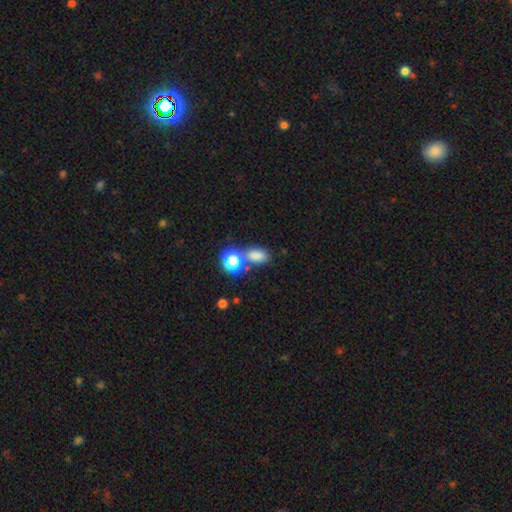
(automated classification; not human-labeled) Overall: smooth (76%). How rounded: in between (76%). Merging: none (59%; merger 24%).